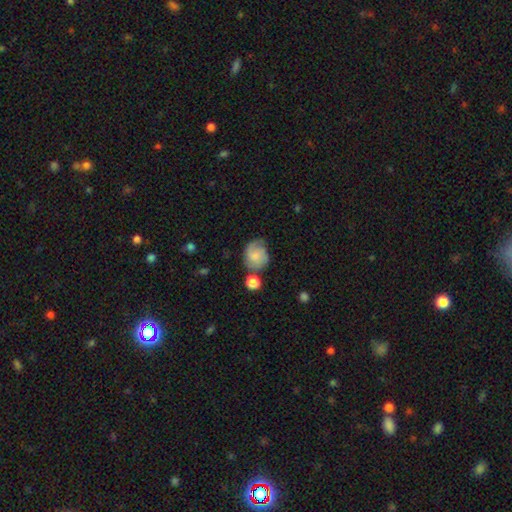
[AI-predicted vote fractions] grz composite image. It shows a smooth galaxy with no disk features (58%) that is round (66%). Merging: none (54%).